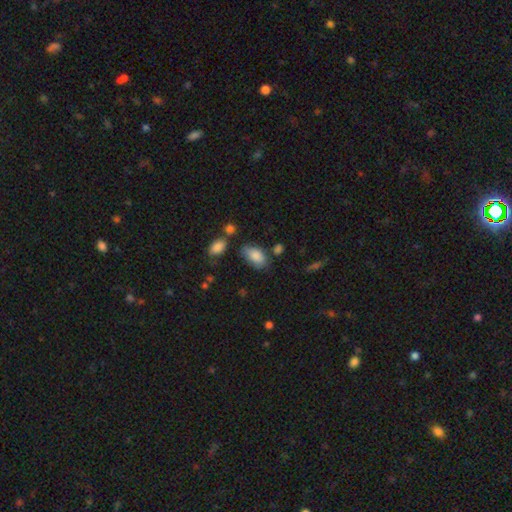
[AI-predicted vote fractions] The model was most divided on "merging": none: 65%, minor disturbance: 22%, merger: 7%, major disturbance: 6%. More confident: how rounded — in between (94%); smooth or featured — smooth (86%).